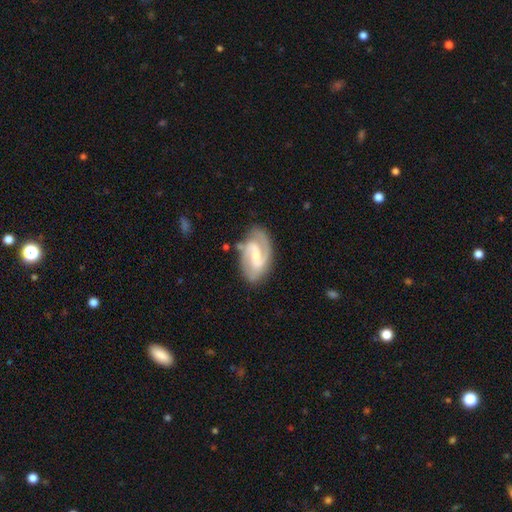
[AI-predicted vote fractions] smooth-or-featured: featured or disk: 86% | smooth: 9% | star or artifact: 4%
  disk-edge-on: no: 97% | yes: 3%
    bar: weak: 48% | strong: 29% | no: 23%
    has-spiral-arms: yes: 97% | no: 3%
      spiral-winding: medium: 52% | tight: 32% | loose: 16%
      spiral-arm-count: 2: 85% | can't tell: 5% | 3: 5% | 1: 3% | 4: 1% | more than 4: 1%
    bulge-size: small: 54% | moderate: 39% | none: 4% | large: 2% | dominant: 1%
  merging: none: 75% | minor disturbance: 17% | major disturbance: 5% | merger: 3%